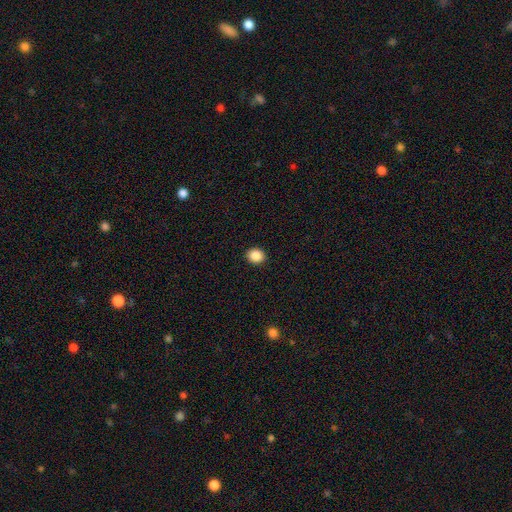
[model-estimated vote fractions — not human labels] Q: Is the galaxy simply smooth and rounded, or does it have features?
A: smooth — 88%.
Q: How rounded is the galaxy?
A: round — 71%.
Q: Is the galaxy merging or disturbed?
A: none — 92%.